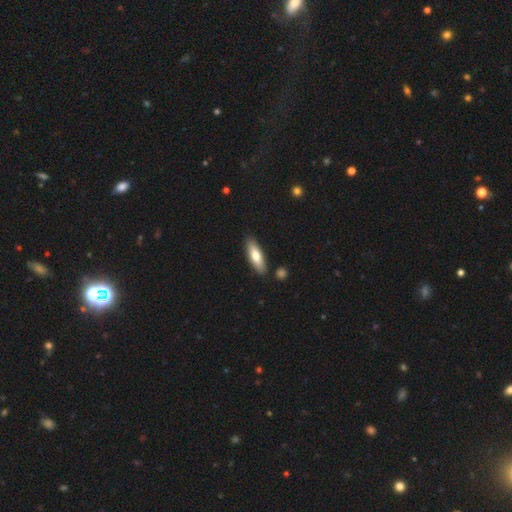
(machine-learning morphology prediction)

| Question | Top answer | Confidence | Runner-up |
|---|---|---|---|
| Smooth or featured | smooth | 70% | featured or disk (25%) |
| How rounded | cigar-shaped | 51% | in between (47%) |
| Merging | none | 87% | minor disturbance (8%) |